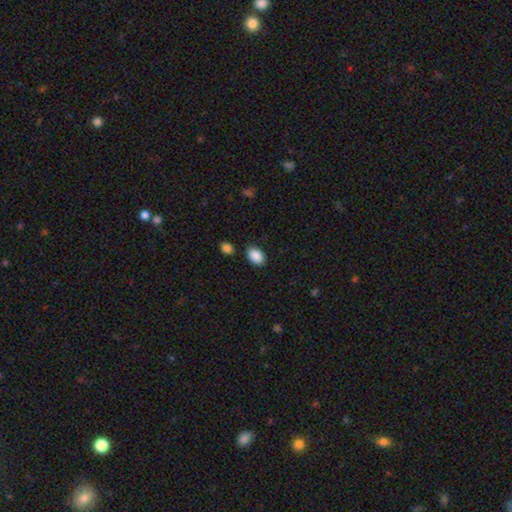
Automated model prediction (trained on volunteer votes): Morphology: type=smooth (89%); roundness=in between (87%); merging=none (83%).